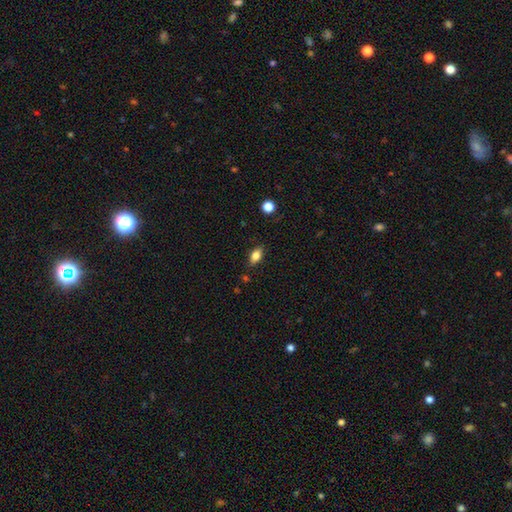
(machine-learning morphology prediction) type=smooth (79%); roundness=in between (86%); merging=none (84%).